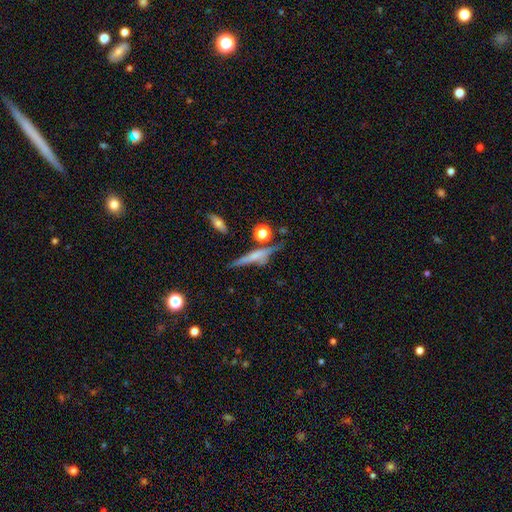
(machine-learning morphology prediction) smooth_or_featured: featured or disk (p=0.52) [alt: smooth p=0.39]
disk_edge_on: yes (p=0.93) [alt: no p=0.07]
merging: none (p=0.69) [alt: minor disturbance p=0.17]